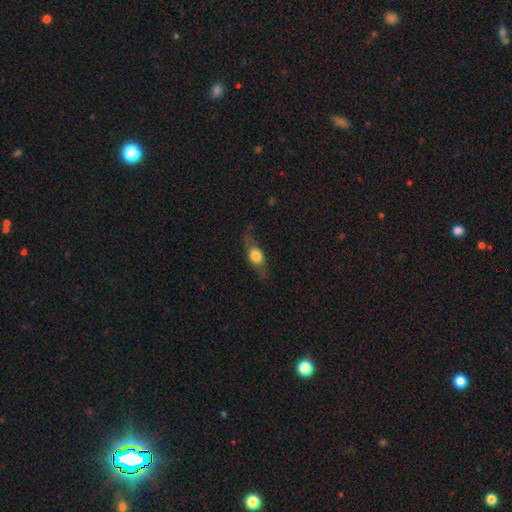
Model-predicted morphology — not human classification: This appears to be a smooth galaxy with no disk features (54%) that is in between round and cigar-shaped (56%). Merging: none (75%).